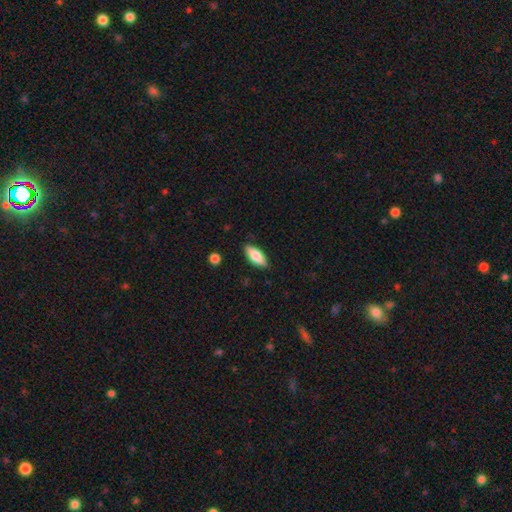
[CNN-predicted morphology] Overall: smooth (76%). How rounded: in between (74%). Merging: none (86%).